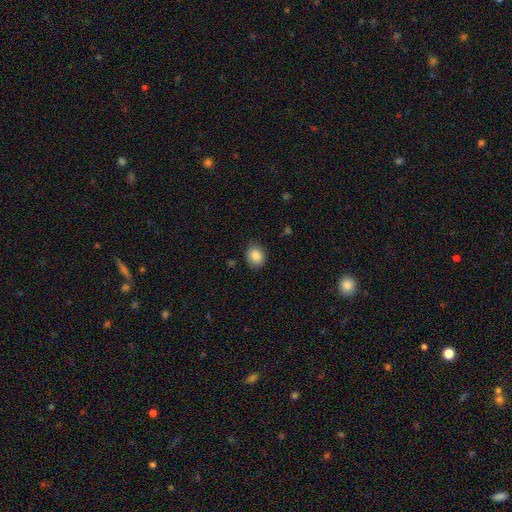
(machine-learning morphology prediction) The model was most divided on "how rounded": round: 55%, in between: 44%, cigar-shaped: 1%. More confident: smooth or featured — smooth (86%); merging — none (83%).